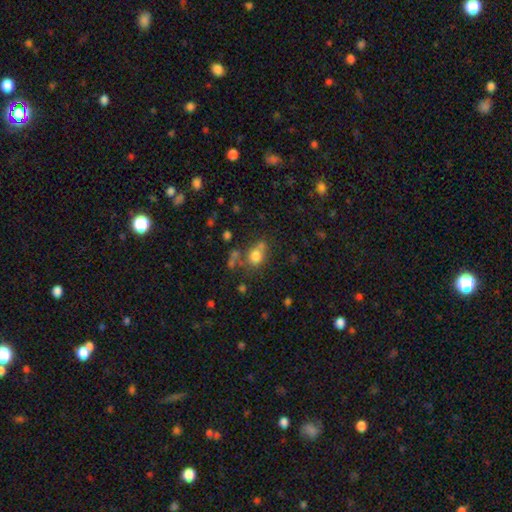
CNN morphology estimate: smooth_or_featured: smooth (p=0.73) [alt: star or artifact p=0.15]
how_rounded: round (p=0.58) [alt: in between p=0.40]
merging: none (p=0.46) [alt: merger p=0.29]